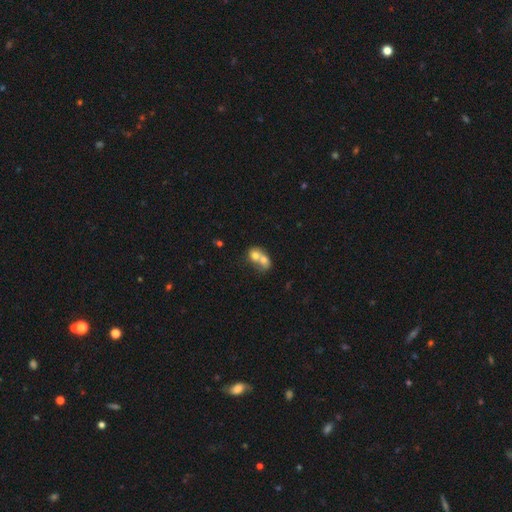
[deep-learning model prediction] This is likely a smooth galaxy (64%). How rounded: possibly round (51%). Merging: likely merger (79%).